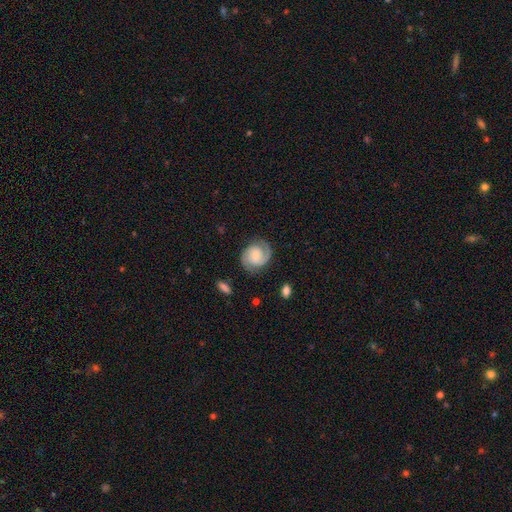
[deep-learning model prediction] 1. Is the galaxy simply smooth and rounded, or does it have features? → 76% featured or disk, 18% smooth, 6% star or artifact.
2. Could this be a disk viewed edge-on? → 98% no, 2% yes.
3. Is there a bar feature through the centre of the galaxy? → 56% no, 36% weak, 7% strong.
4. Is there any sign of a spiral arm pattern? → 96% yes, 4% no.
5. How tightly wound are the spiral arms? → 44% medium, 43% tight, 13% loose.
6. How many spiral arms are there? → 84% 2, 7% 1, 6% can't tell, 2% 3, 1% 4, 1% more than 4.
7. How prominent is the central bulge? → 49% small, 34% moderate, 9% none, 6% large, 2% dominant.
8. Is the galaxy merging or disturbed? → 78% none, 15% minor disturbance, 6% major disturbance, 2% merger.